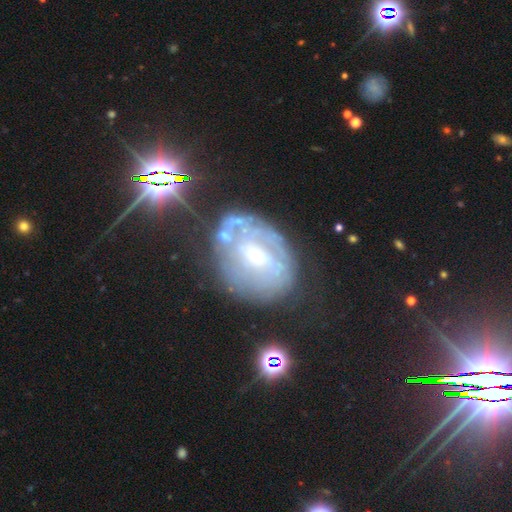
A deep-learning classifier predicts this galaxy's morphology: Smooth or featured? featured or disk (69%)
Edge-on disk? no (95%)
Bar? weak (44%)
Spiral arms? yes (69%)
Bulge size? small (63%)
Merging? none (61%)